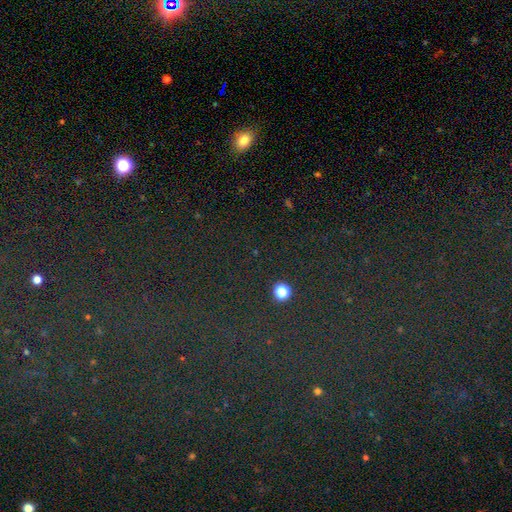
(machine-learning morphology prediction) Smooth or featured? star or artifact (78%)